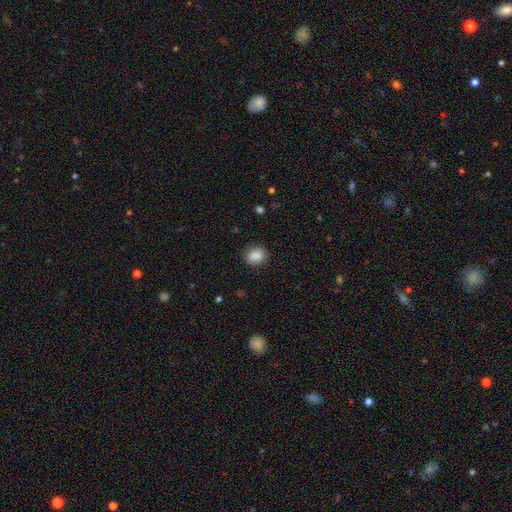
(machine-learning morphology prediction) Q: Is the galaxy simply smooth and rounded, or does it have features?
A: smooth — 88%.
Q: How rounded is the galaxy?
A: round — 52%.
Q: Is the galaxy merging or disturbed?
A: none — 88%.